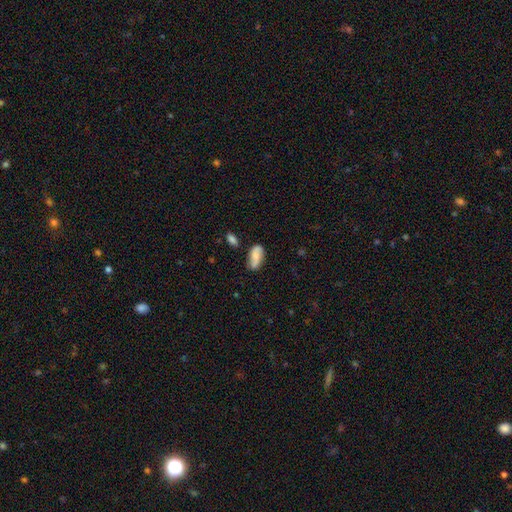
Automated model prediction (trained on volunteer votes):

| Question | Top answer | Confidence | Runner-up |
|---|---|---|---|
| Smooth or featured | smooth | 56% | featured or disk (36%) |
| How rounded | in between | 88% | cigar-shaped (8%) |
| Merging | none | 63% | minor disturbance (25%) |